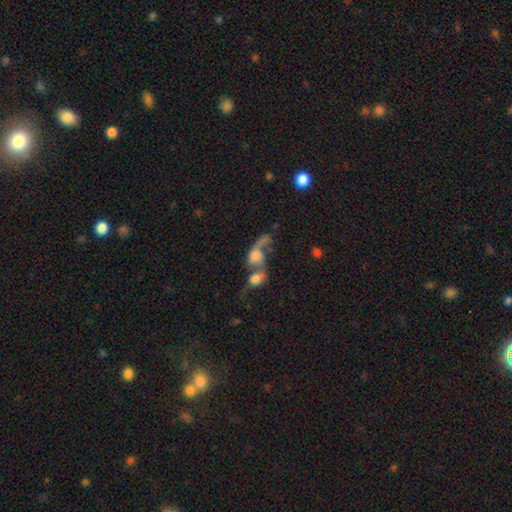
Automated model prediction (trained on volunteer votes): smooth_or_featured: smooth (p=0.45) [alt: featured or disk p=0.43]
merging: merger (p=0.77) [alt: major disturbance p=0.11]